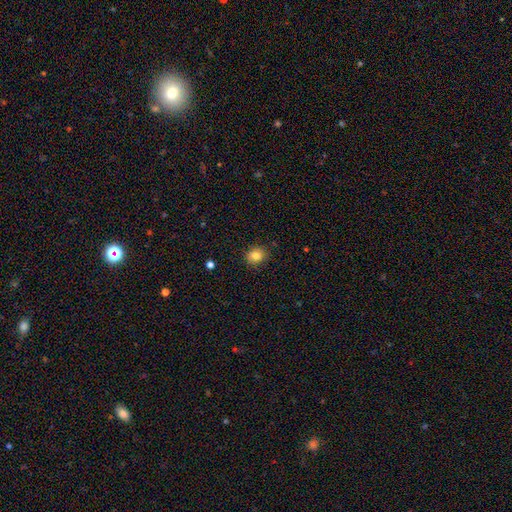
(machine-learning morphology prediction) Smooth or featured: smooth — 83% (star or artifact — 11%)
How rounded: round — 69% (in between — 30%)
Merging: none — 88% (minor disturbance — 9%)